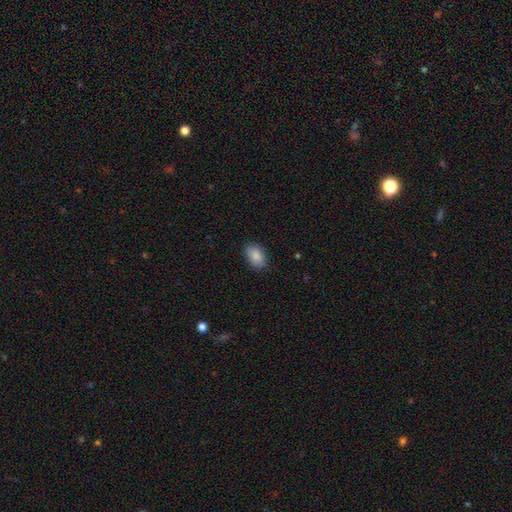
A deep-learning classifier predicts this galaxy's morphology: Smooth or featured?
  - smooth: 88% *
  - star or artifact: 7%
  - featured or disk: 5%
How rounded?
  - in between: 91% *
  - round: 8%
  - cigar-shaped: 1%
Merging?
  - none: 87% *
  - minor disturbance: 9%
  - major disturbance: 2%
  - merger: 1%